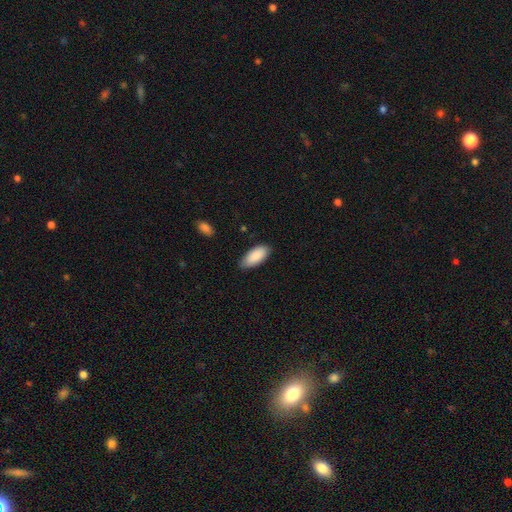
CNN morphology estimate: smooth_or_featured: smooth (p=0.89) [alt: star or artifact p=0.06]
how_rounded: in between (p=0.91) [alt: cigar-shaped p=0.08]
merging: none (p=0.82) [alt: minor disturbance p=0.15]